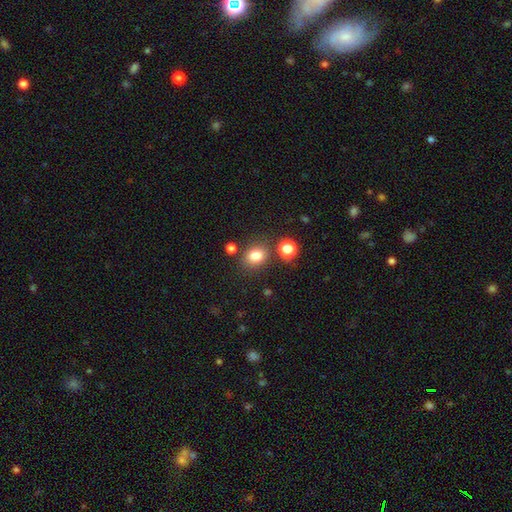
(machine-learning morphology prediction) type=smooth (80%); roundness=round (58%); merging=none (78%).